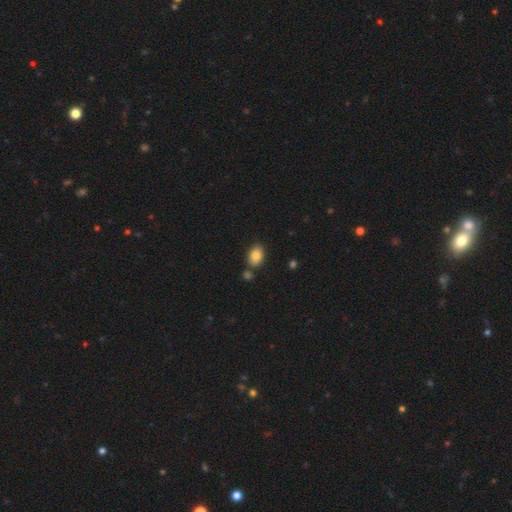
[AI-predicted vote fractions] Smooth or featured?
  - smooth: 85% *
  - star or artifact: 8%
  - featured or disk: 7%
How rounded?
  - in between: 82% *
  - round: 17%
  - cigar-shaped: 1%
Merging?
  - none: 74% *
  - minor disturbance: 12%
  - merger: 11%
  - major disturbance: 3%